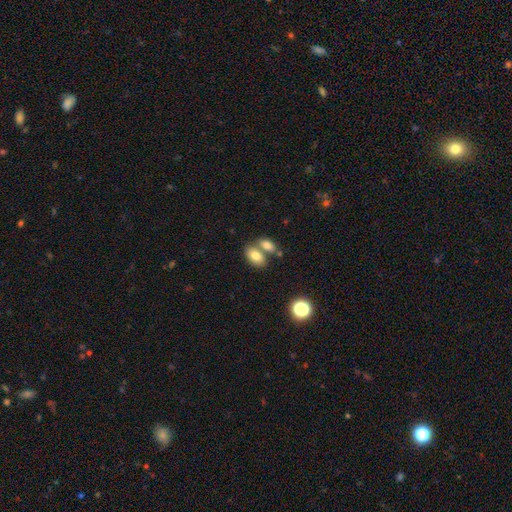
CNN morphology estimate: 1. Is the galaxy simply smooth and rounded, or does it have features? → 79% smooth, 12% featured or disk, 9% star or artifact.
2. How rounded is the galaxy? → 89% in between, 9% round, 2% cigar-shaped.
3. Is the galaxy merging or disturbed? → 44% none (tied), 44% merger (tied), 9% minor disturbance, 3% major disturbance.